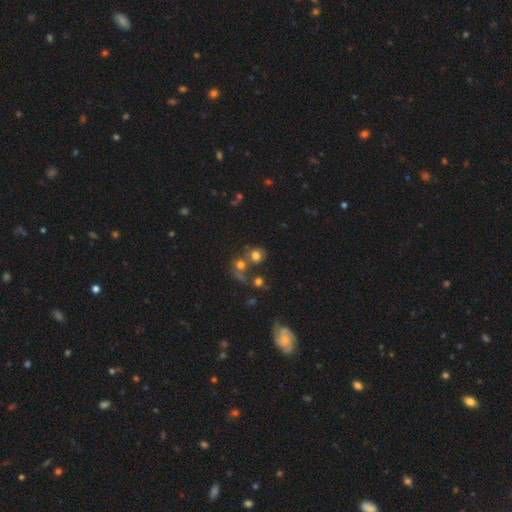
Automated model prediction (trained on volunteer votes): This appears to be a smooth galaxy with no disk features (70%) that is round (82%). Merging: none (53%).